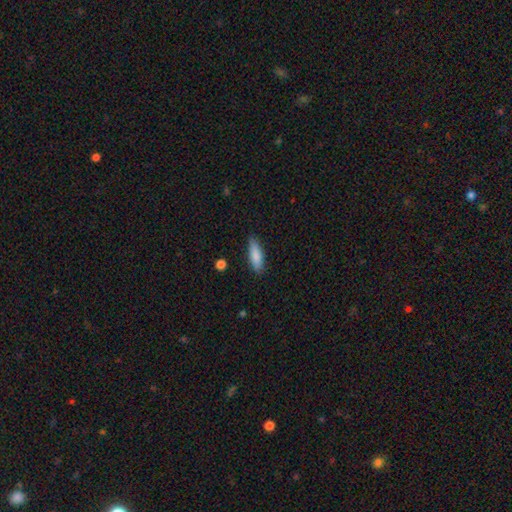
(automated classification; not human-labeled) Overall: smooth (85%). How rounded: in between (49%, tied with cigar-shaped). Merging: none (85%).